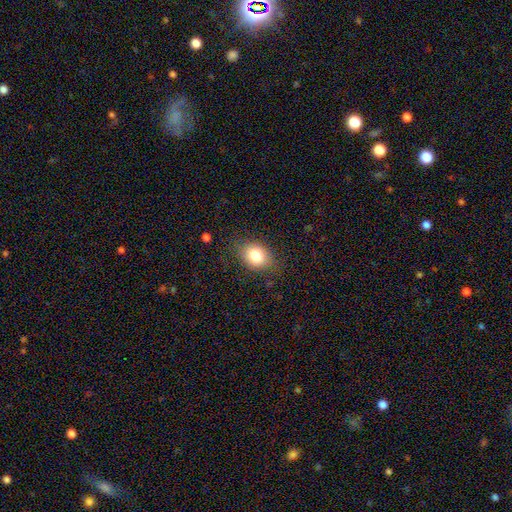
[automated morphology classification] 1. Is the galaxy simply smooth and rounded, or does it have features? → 81% smooth, 10% star or artifact, 9% featured or disk.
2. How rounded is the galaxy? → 61% in between, 38% round, 1% cigar-shaped.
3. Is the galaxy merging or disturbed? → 81% none, 14% minor disturbance, 4% major disturbance, 1% merger.